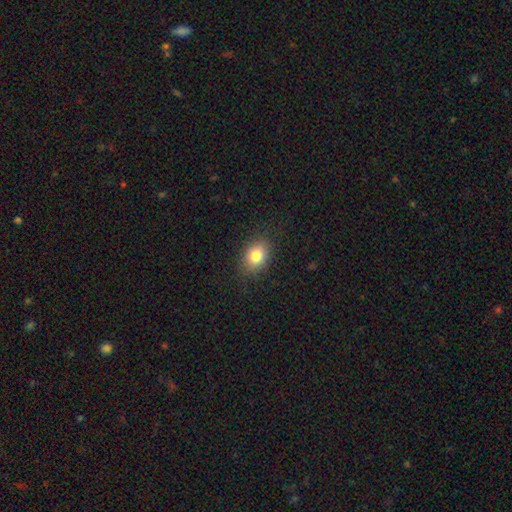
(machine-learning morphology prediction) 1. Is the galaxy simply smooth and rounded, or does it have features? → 81% smooth, 10% star or artifact, 9% featured or disk.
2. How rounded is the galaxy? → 67% in between, 31% round, 1% cigar-shaped.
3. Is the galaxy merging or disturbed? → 86% none, 10% minor disturbance, 3% major disturbance, 1% merger.